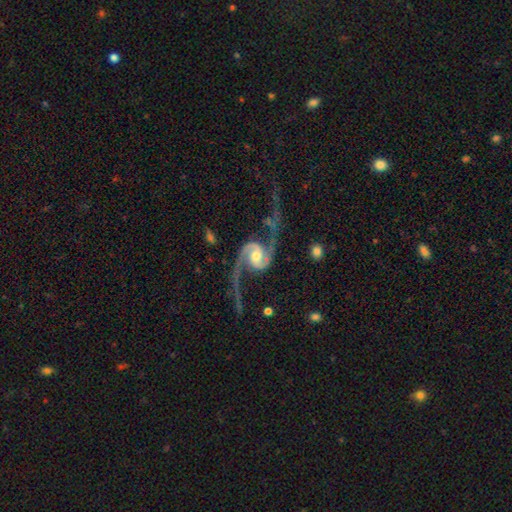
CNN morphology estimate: A featured or disk galaxy (94%) with no bar (48%), 2 (95%) loose (67%) spiral arms (98%) and a moderate central bulge (63%).

Vote fractions:
- Smooth or featured? featured or disk: 94% / star or artifact: 3% / smooth: 3%
- Edge-on disk? no: 98% / yes: 2%
- Bar? no: 48% / weak: 38% / strong: 14%
- Spiral arms? yes: 98% / no: 2%
- Spiral winding? loose: 67% / medium: 27% / tight: 7%
- Spiral arm count? 2: 95% / 1: 1% / can't tell: 1% / 3: 1% / 4: 1% / more than 4: 1%
- Bulge size? moderate: 63% / small: 26% / large: 7% / none: 2% / dominant: 2%
- Merging? none: 59% / major disturbance: 22% / minor disturbance: 15% / merger: 4%